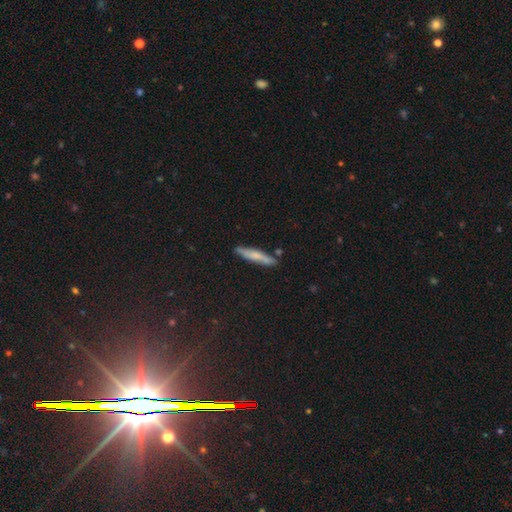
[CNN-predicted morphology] Smooth or featured? smooth (63%)
How rounded? cigar-shaped (90%)
Merging? none (82%)